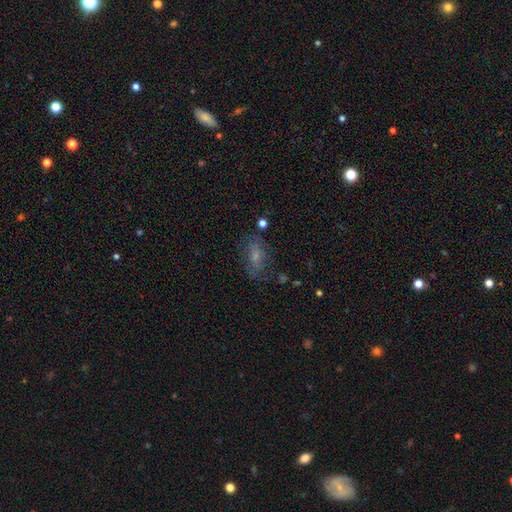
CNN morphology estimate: Smooth or featured? Predicted: smooth (p=0.51). How rounded? Predicted: in between (p=0.80). Merging? Predicted: none (p=0.63).